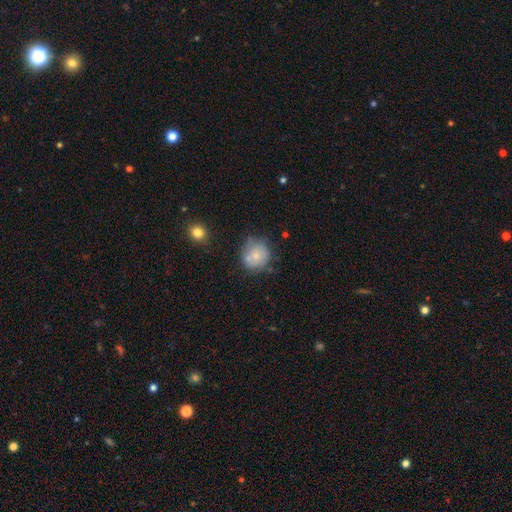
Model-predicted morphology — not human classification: The model was most divided on "merging": none: 59%, minor disturbance: 22%, merger: 12%, major disturbance: 7%. More confident: how rounded — round (86%); smooth or featured — smooth (70%).